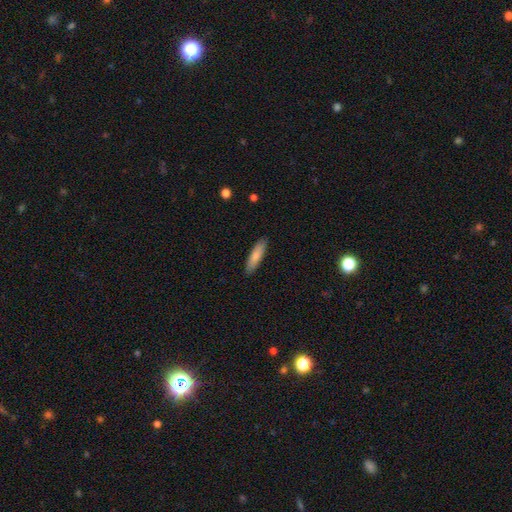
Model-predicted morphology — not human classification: type=smooth (78%); roundness=cigar-shaped (71%); merging=none (89%).